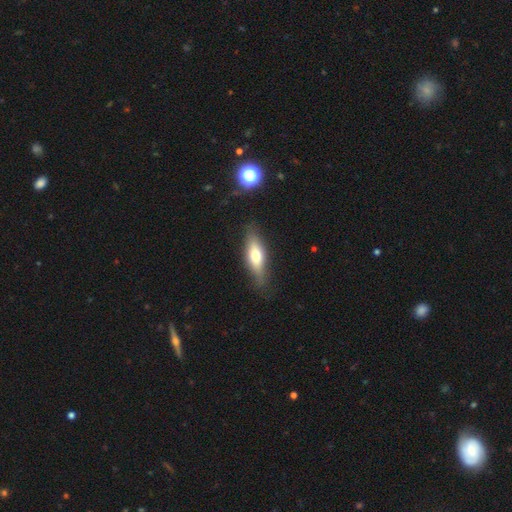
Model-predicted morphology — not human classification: smooth 61%, featured or disk 33%, star or artifact 7%. Down the decision tree: how rounded — in between (54%); merging — none (78%).